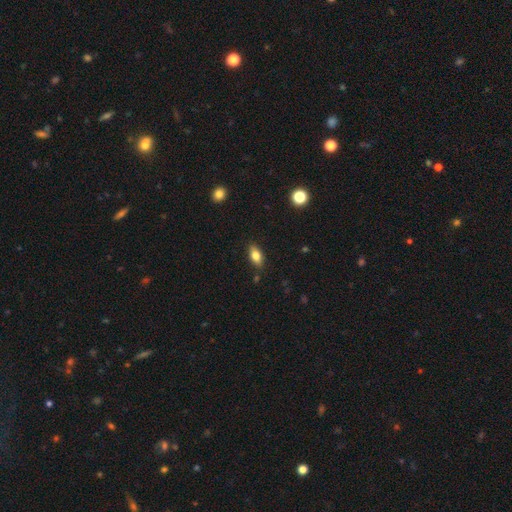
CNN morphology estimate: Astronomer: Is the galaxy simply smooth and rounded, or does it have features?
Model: smooth — 74%.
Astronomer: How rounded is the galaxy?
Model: in between — 85%.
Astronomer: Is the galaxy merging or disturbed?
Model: none — 85%.